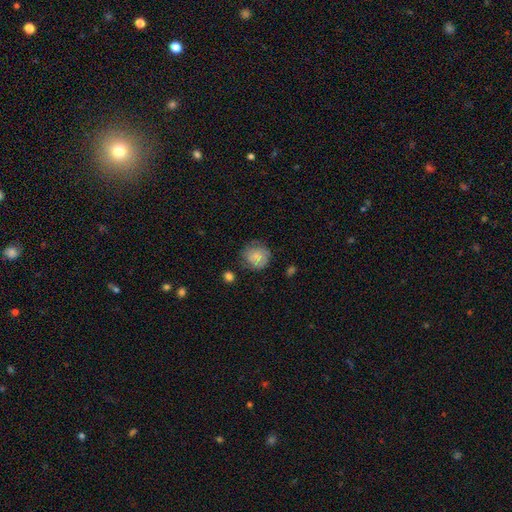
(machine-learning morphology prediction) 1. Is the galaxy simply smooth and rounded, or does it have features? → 75% smooth, 17% featured or disk, 8% star or artifact.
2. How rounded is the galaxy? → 87% round, 12% in between, 1% cigar-shaped.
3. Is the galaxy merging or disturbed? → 68% none, 22% minor disturbance, 7% major disturbance, 3% merger.